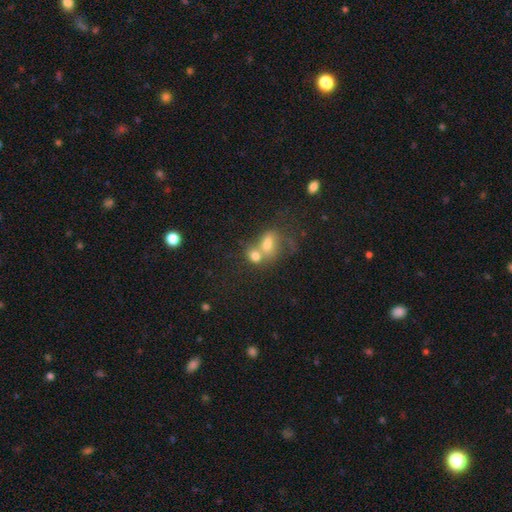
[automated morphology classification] A smooth galaxy with no disk features (52%) that is round (56%).

Vote fractions:
- Smooth or featured? smooth: 52% / featured or disk: 25% / star or artifact: 23%
- How rounded? round: 56% / in between: 42% / cigar-shaped: 3%
- Merging? merger: 61% / none: 25% / minor disturbance: 8% / major disturbance: 6%